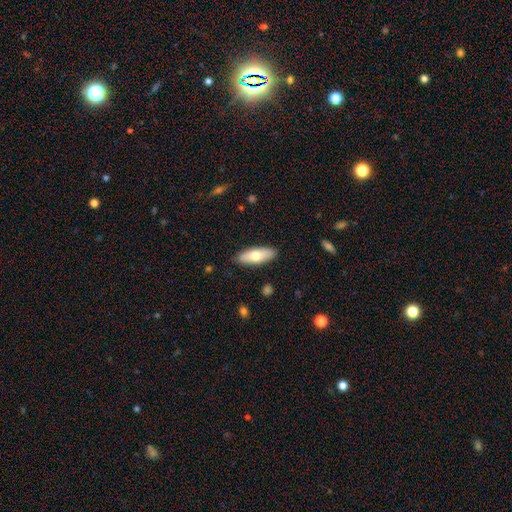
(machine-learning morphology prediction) This is likely a smooth galaxy (68%). How rounded: likely in between (67%). Merging: clearly none (88%).